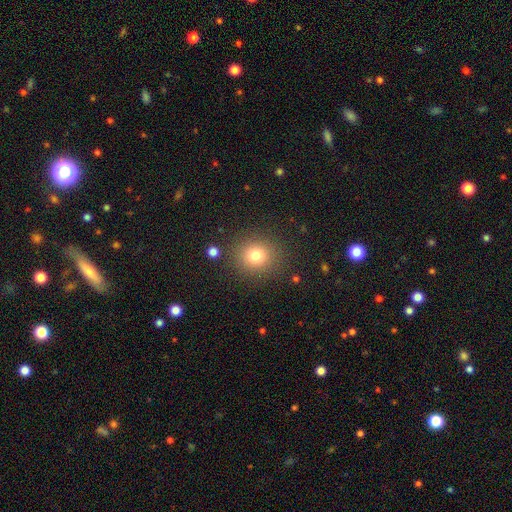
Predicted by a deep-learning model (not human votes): smooth 79%, star or artifact 14%, featured or disk 8%. Down the decision tree: how rounded — round (84%); merging — none (86%).